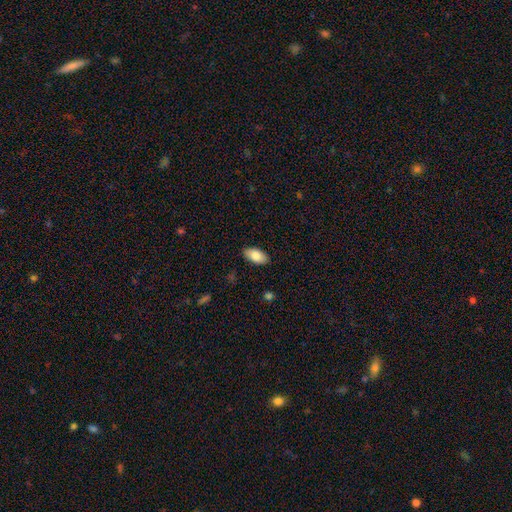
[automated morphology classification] This appears to be a smooth galaxy with no disk features (84%) that is in between round and cigar-shaped (94%). Merging: none (88%).